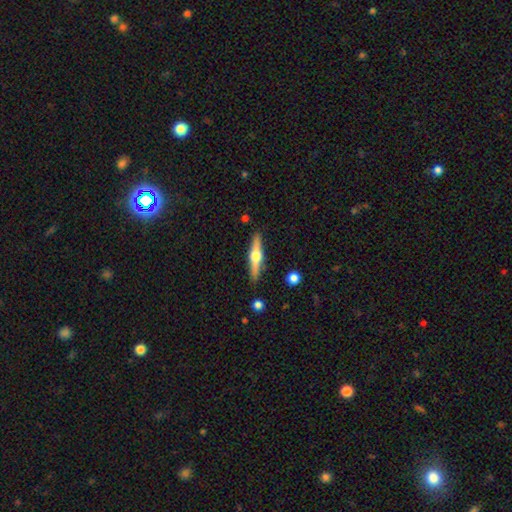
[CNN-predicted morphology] Overall: featured or disk (67%; smooth 28%). Edge-on disk: yes (97%). Edge-on bulge: rounded (95%). Merging: none (88%).